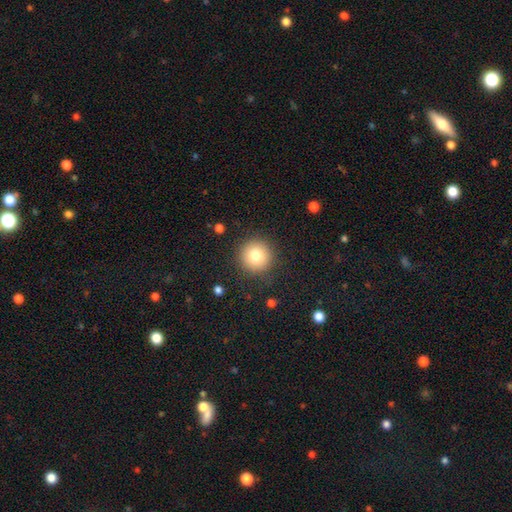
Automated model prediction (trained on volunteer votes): Overall: smooth (78%). How rounded: round (95%). Merging: none (89%).